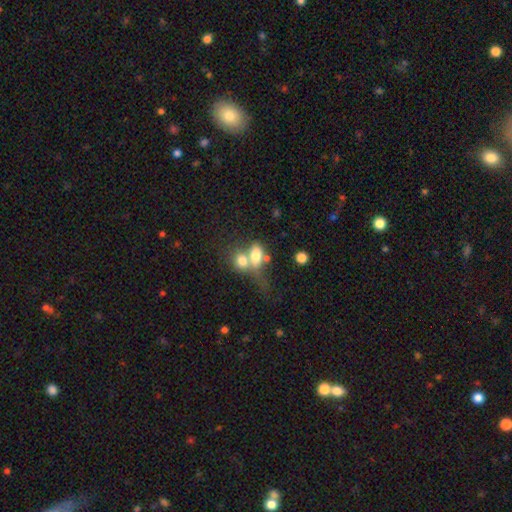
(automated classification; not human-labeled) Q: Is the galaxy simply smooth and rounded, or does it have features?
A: smooth — 71%.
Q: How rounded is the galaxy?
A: in between — 73%.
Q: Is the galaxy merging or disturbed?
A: merger — 70%.